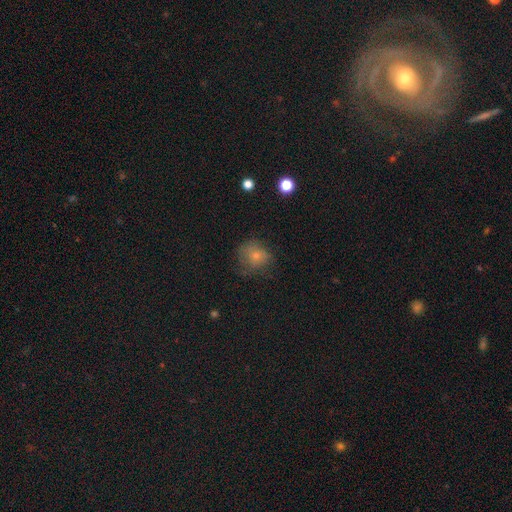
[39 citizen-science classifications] A smooth galaxy with no disk features (77%) that is round (67%). Merging: none (55%).